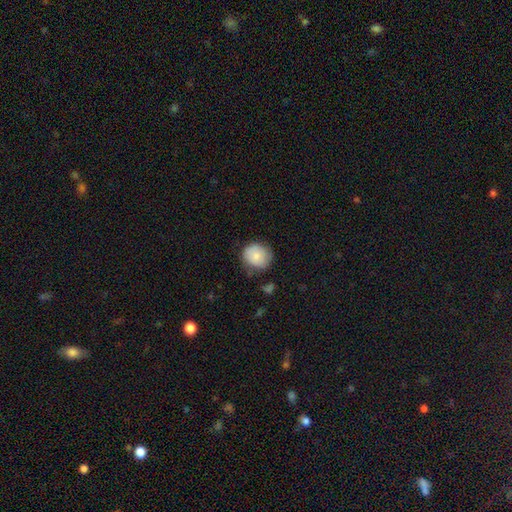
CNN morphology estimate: smooth_or_featured: smooth (p=0.81) [alt: featured or disk p=0.12]
how_rounded: round (p=0.79) [alt: in between p=0.20]
merging: none (p=0.71) [alt: minor disturbance p=0.22]